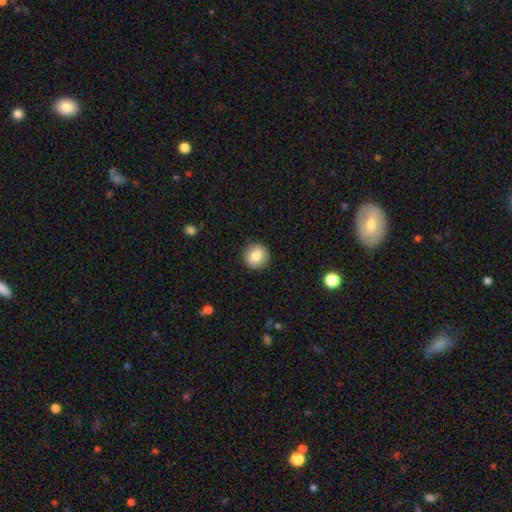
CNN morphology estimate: This is clearly a smooth galaxy (83%). How rounded: clearly round (89%). Merging: clearly none (89%).